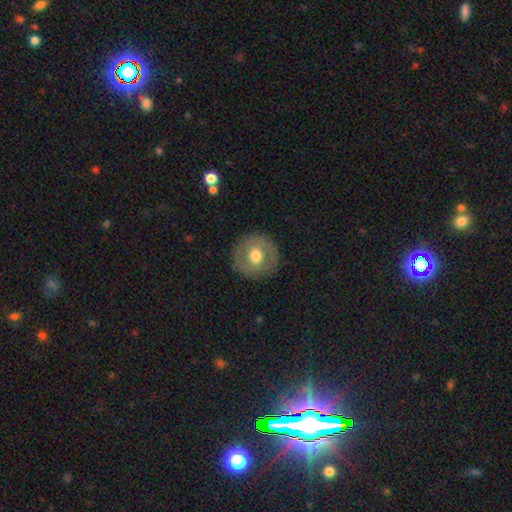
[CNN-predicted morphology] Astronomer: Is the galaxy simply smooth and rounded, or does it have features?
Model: smooth — 52% (runner-up: featured or disk, 41%).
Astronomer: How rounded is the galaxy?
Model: round — 93%.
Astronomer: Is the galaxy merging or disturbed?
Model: none — 87%.